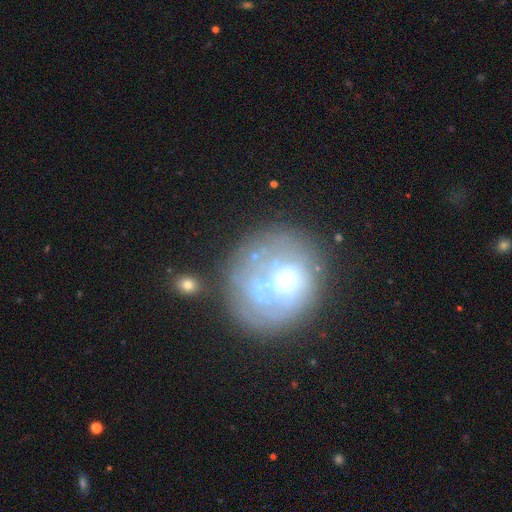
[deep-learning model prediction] A featured or disk galaxy (52%) with no bar (85%), no spiral arms (81%) and a moderate central bulge (41%).

Vote fractions:
- Smooth or featured? featured or disk: 52% / smooth: 34% / star or artifact: 13%
- Edge-on disk? no: 97% / yes: 3%
- Bar? no: 85% / weak: 12% / strong: 4%
- Spiral arms? no: 81% / yes: 19%
- Bulge size? moderate: 41% / small: 28% / none: 16% / large: 12% / dominant: 3%
- Merging? none: 53% / minor disturbance: 19% / major disturbance: 17% / merger: 11%